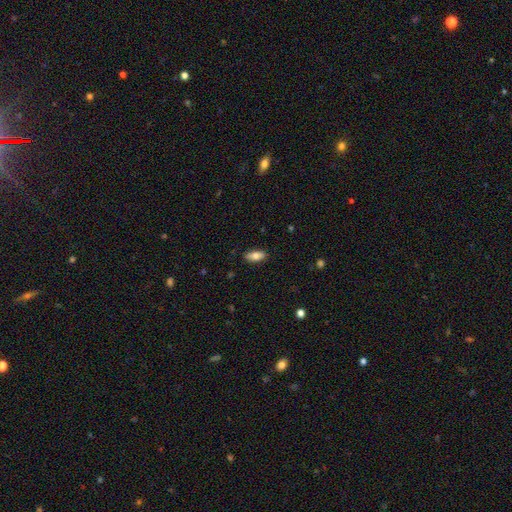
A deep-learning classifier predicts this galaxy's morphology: Smooth or featured? Predicted: smooth (p=0.78). How rounded? Predicted: in between (p=0.84). Merging? Predicted: none (p=0.88).